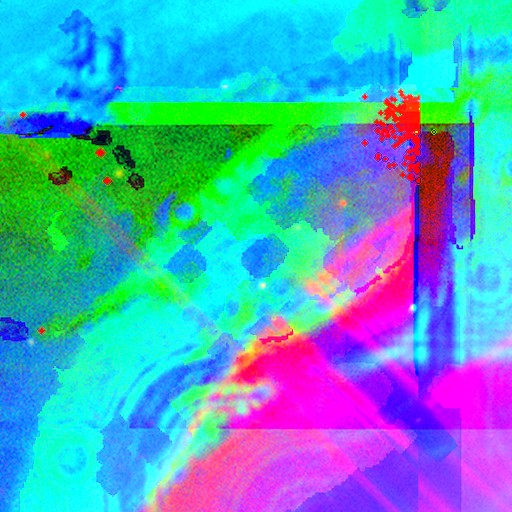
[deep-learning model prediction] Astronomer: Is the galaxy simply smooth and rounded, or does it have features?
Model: star or artifact — 84%.